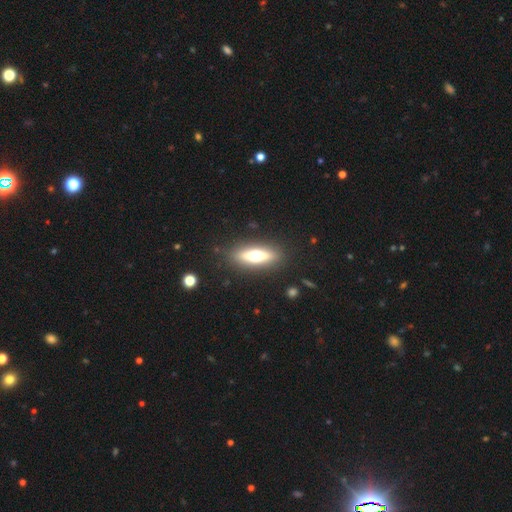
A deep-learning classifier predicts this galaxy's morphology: Smooth or featured?
  - smooth: 48% *
  - featured or disk: 44%
  - star or artifact: 7%
Merging?
  - none: 87% *
  - minor disturbance: 9%
  - major disturbance: 3%
  - merger: 2%